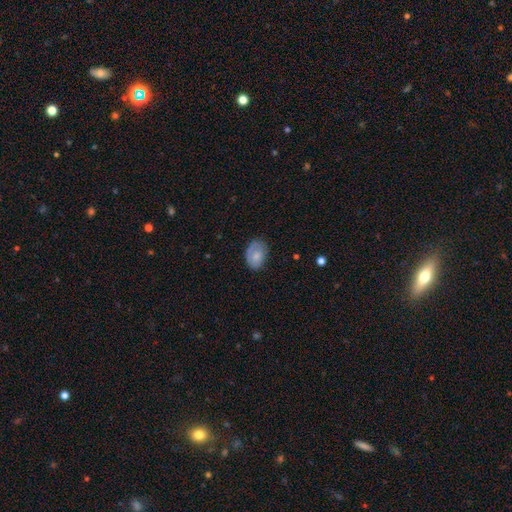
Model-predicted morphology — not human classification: Smooth or featured?
  - smooth: 68% *
  - featured or disk: 25%
  - star or artifact: 7%
How rounded?
  - in between: 80% *
  - round: 19%
  - cigar-shaped: 1%
Merging?
  - none: 64% *
  - minor disturbance: 25%
  - major disturbance: 9%
  - merger: 2%